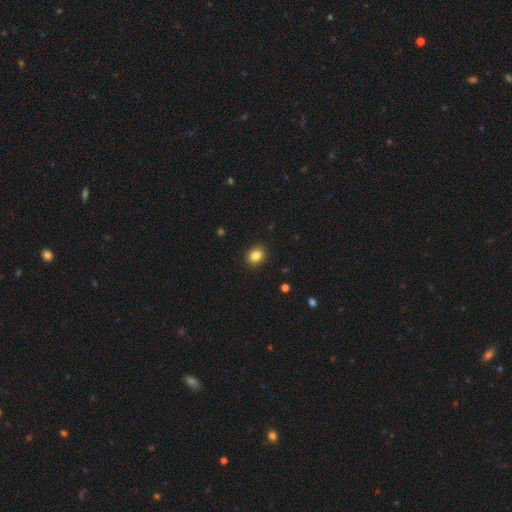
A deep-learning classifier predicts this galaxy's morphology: Smooth or featured? Predicted: smooth (p=0.84). How rounded? Predicted: round (p=0.57). Merging? Predicted: none (p=0.90).